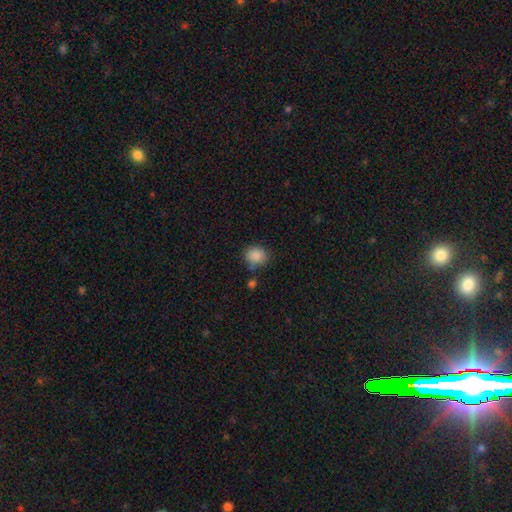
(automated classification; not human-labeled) smooth 87%, star or artifact 9%, featured or disk 4%. Down the decision tree: how rounded — round (72%); merging — none (75%).